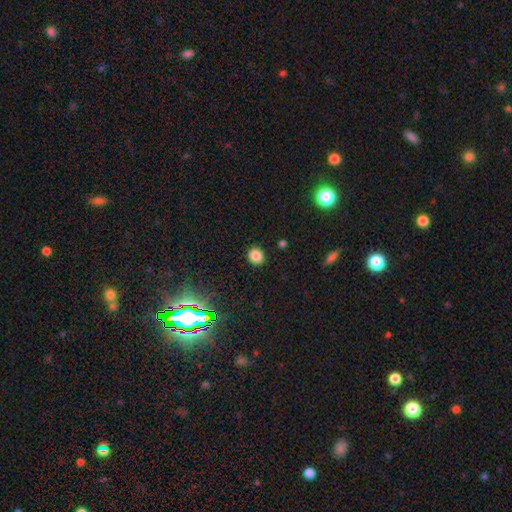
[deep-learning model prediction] The model was most divided on "how rounded": round: 81%, in between: 18%, cigar-shaped: 1%. More confident: merging — none (91%); smooth or featured — smooth (82%).